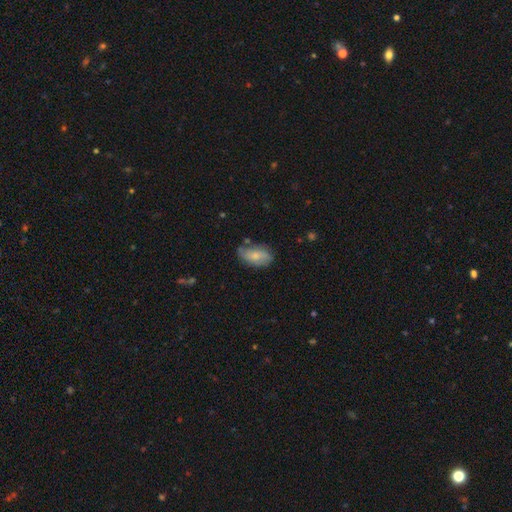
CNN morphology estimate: Smooth or featured? smooth (62%)
How rounded? in between (91%)
Merging? none (62%)